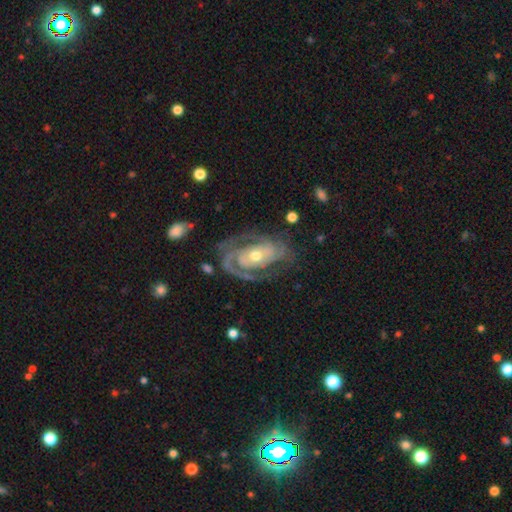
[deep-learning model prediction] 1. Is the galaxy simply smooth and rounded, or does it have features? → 90% featured or disk, 6% smooth, 4% star or artifact.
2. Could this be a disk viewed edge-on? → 96% no, 4% yes.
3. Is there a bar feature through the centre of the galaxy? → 65% no, 23% weak, 12% strong.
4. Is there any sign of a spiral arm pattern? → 96% yes, 4% no.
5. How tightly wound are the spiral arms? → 61% tight, 31% medium, 7% loose.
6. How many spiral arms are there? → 62% 2, 14% 3, 11% can't tell, 7% 1, 3% 4, 3% more than 4.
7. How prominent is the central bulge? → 62% moderate, 32% small, 4% large, 1% none, 1% dominant.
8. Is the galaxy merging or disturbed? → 69% none, 18% minor disturbance, 11% major disturbance, 2% merger.